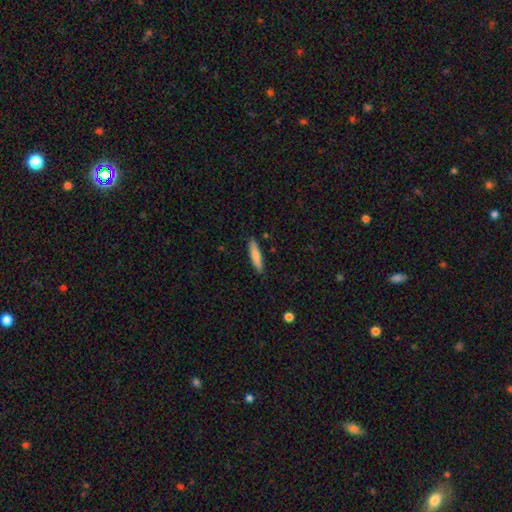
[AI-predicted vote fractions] Smooth or featured?
  - smooth: 79% *
  - featured or disk: 16%
  - star or artifact: 6%
How rounded?
  - cigar-shaped: 84% *
  - in between: 14%
  - round: 1%
Merging?
  - none: 88% *
  - minor disturbance: 9%
  - major disturbance: 2%
  - merger: 1%